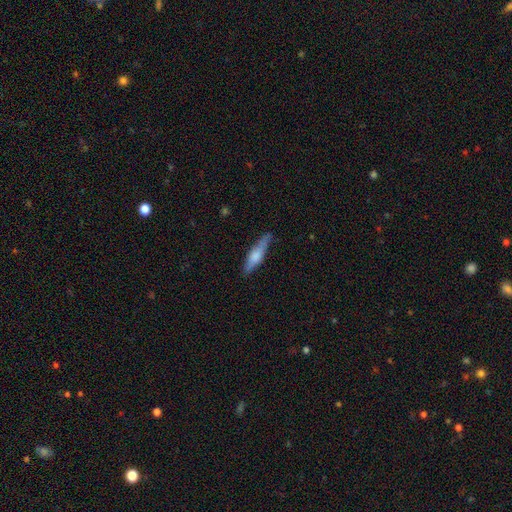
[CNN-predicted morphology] Smooth or featured?
  - smooth: 51% *
  - featured or disk: 43%
  - star or artifact: 6%
How rounded?
  - cigar-shaped: 78% *
  - in between: 19%
  - round: 2%
Merging?
  - none: 81% *
  - minor disturbance: 15%
  - major disturbance: 3%
  - merger: 1%